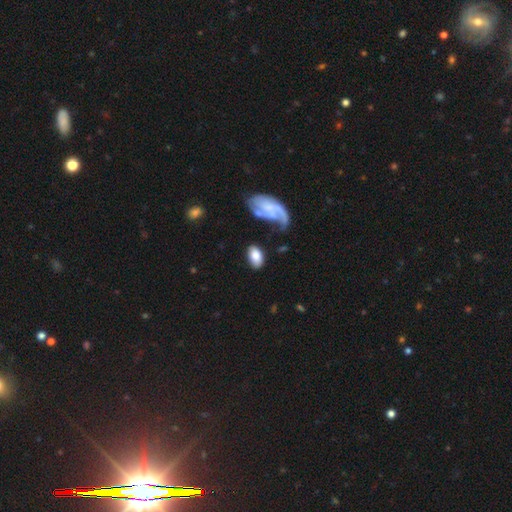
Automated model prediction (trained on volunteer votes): smooth 76%, featured or disk 17%, star or artifact 7%. Down the decision tree: how rounded — in between (90%); merging — none (66%).